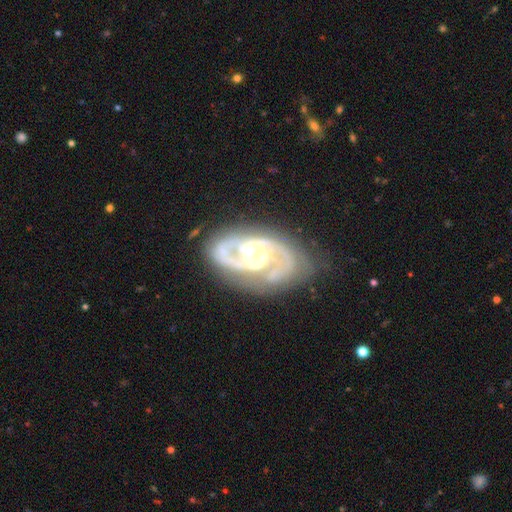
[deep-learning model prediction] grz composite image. It shows a featured or disk galaxy (91%) with a weak bar (45%), 2 (79%) medium (50%) spiral arms (97%) and a moderate central bulge (60%). Merging: none (74%).